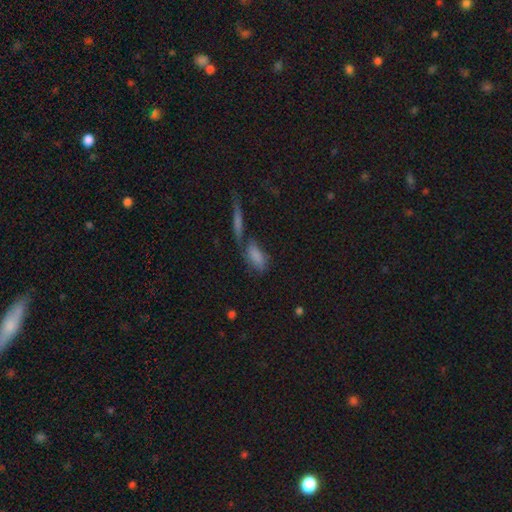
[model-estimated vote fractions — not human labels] smooth_or_featured: smooth (p=0.76) [alt: featured or disk p=0.13]
how_rounded: in between (p=0.75) [alt: cigar-shaped p=0.20]
merging: none (p=0.41) [alt: merger p=0.33]